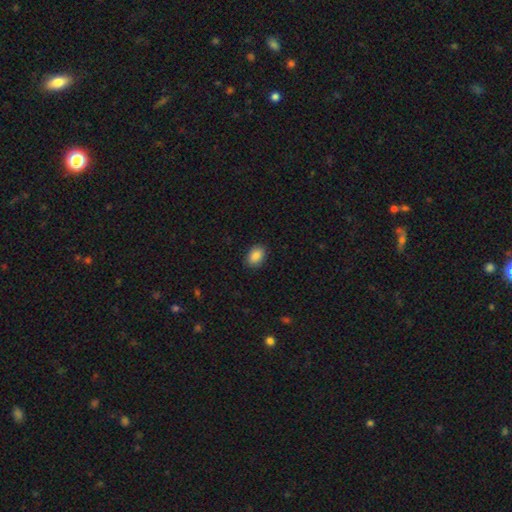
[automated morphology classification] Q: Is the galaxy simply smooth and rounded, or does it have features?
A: smooth — 88%.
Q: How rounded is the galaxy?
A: in between — 81%.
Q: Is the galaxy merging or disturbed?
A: none — 89%.